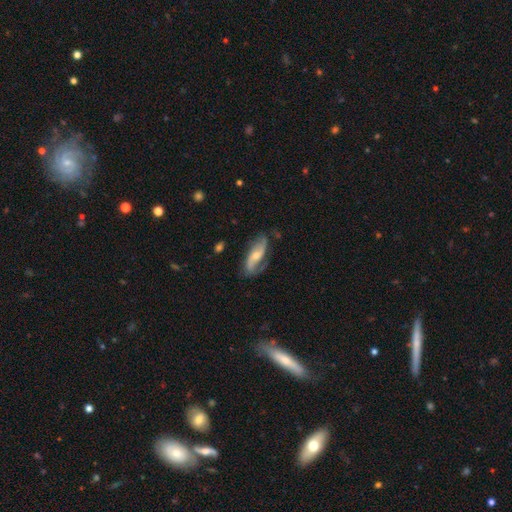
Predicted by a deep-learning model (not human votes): smooth-or-featured: featured or disk: 75% | smooth: 18% | star or artifact: 7%
  disk-edge-on: no: 89% | yes: 11%
    bar: no: 51% | weak: 32% | strong: 17%
    has-spiral-arms: yes: 92% | no: 8%
      spiral-winding: loose: 39% (tied) | medium: 39% (tied) | tight: 22%
      spiral-arm-count: 2: 82% | can't tell: 9% | 1: 6% | 3: 2% | 4: 1% | more than 4: 1%
    bulge-size: moderate: 49% | small: 45% | large: 3% | none: 2% | dominant: 1%
  merging: none: 70% | minor disturbance: 20% | major disturbance: 8% | merger: 2%